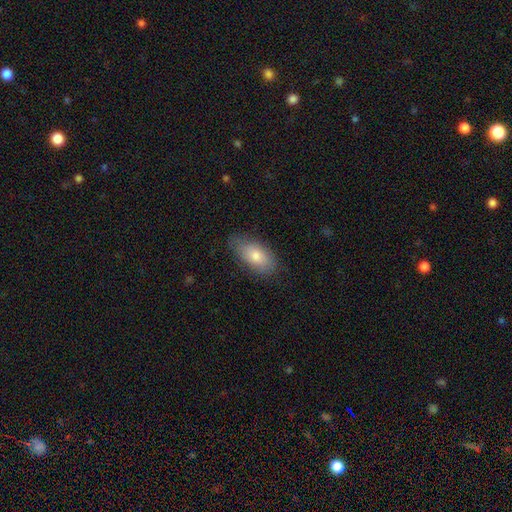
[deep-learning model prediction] This is likely a smooth galaxy (78%). How rounded: clearly in between (90%). Merging: likely none (76%).